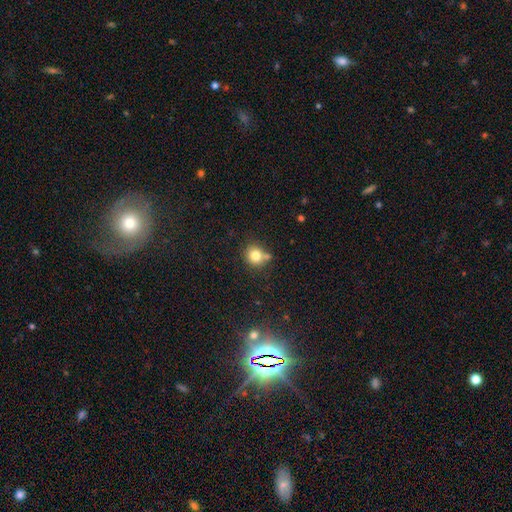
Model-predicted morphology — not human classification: smooth-or-featured: smooth: 79% | star or artifact: 12% | featured or disk: 9%
  how-rounded: round: 84% | in between: 15% | cigar-shaped: 1%
  merging: none: 65% | merger: 17% | minor disturbance: 14% | major disturbance: 4%